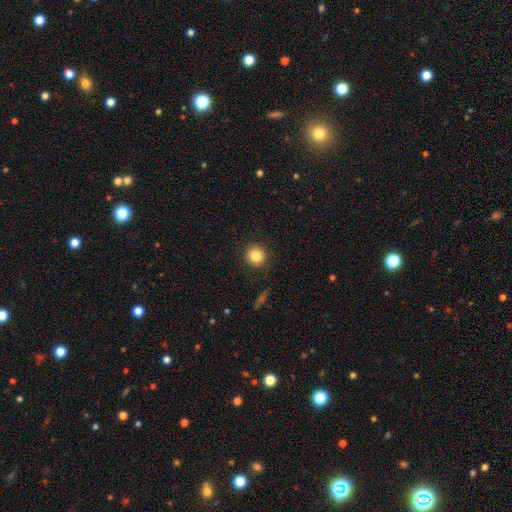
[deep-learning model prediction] Q: Smooth or featured?
A: smooth (83%); runner-up: star or artifact (10%)
Q: How rounded?
A: round (94%); runner-up: in between (5%)
Q: Merging?
A: none (91%); runner-up: minor disturbance (6%)